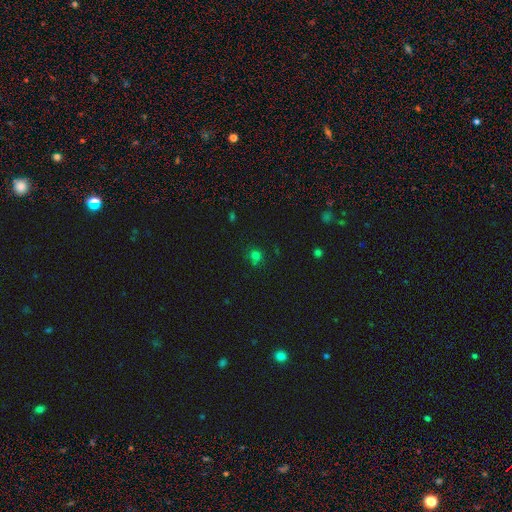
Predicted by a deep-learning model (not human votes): Morphology: type=smooth (66%); roundness=round (85%); merging=none (70%).